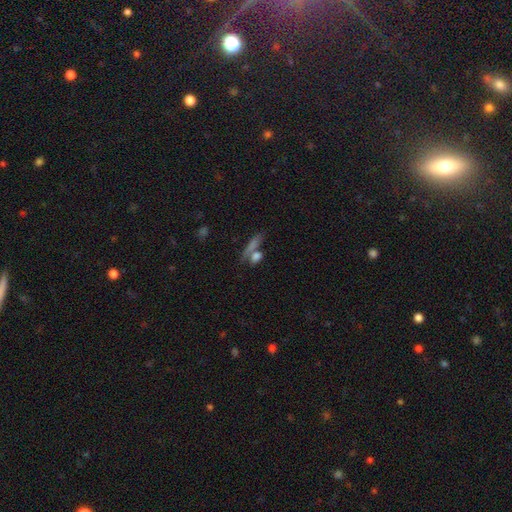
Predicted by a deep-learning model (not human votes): smooth-or-featured: smooth: 40% | star or artifact: 33% | featured or disk: 27%
  merging: none: 48% | merger: 29% | minor disturbance: 13% | major disturbance: 11%